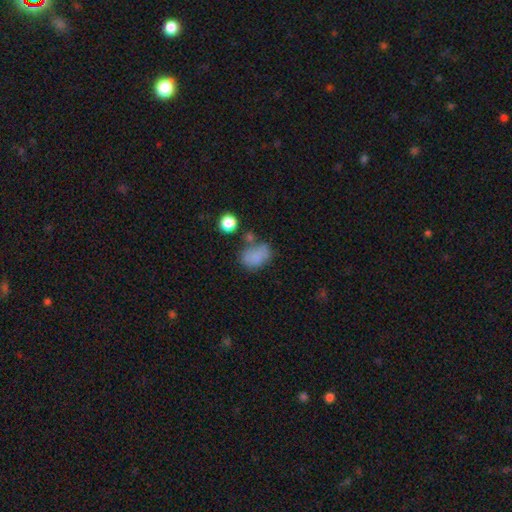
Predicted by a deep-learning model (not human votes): smooth_or_featured: smooth (p=0.77) [alt: star or artifact p=0.12]
how_rounded: in between (p=0.72) [alt: round p=0.27]
merging: none (p=0.52) [alt: minor disturbance p=0.23]